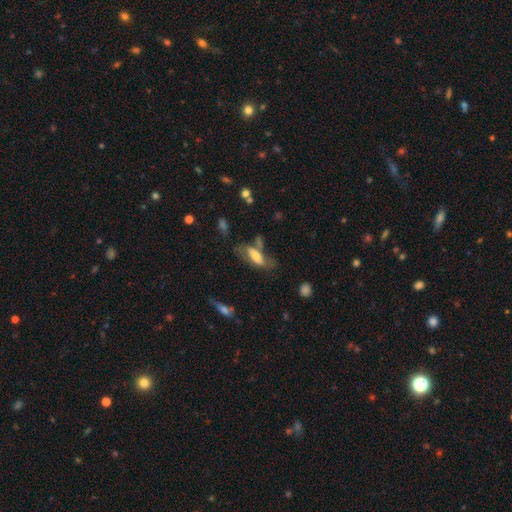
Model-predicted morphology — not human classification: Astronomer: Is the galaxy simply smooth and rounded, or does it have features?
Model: smooth — 46% (runner-up: featured or disk, 45%).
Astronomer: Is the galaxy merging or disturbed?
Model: none — 40% (runner-up: major disturbance, 24%).